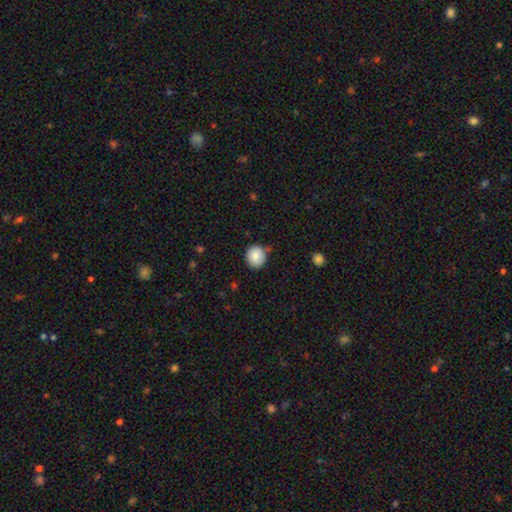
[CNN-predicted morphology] Smooth or featured? smooth (85%)
How rounded? round (88%)
Merging? none (81%)